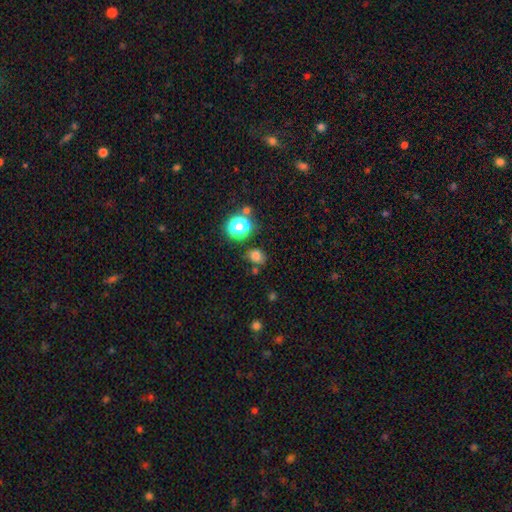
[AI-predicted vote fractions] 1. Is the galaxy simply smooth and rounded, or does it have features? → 74% smooth, 20% star or artifact, 6% featured or disk.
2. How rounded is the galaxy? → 54% round, 45% in between, 1% cigar-shaped.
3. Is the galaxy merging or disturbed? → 71% none, 16% minor disturbance, 7% merger, 5% major disturbance.